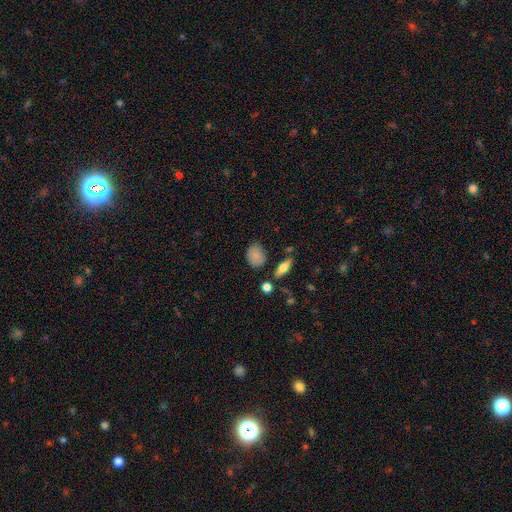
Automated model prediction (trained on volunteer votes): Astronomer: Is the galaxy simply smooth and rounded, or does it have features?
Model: smooth — 83%.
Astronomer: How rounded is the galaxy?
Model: in between — 64%.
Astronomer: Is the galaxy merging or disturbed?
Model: none — 72%.